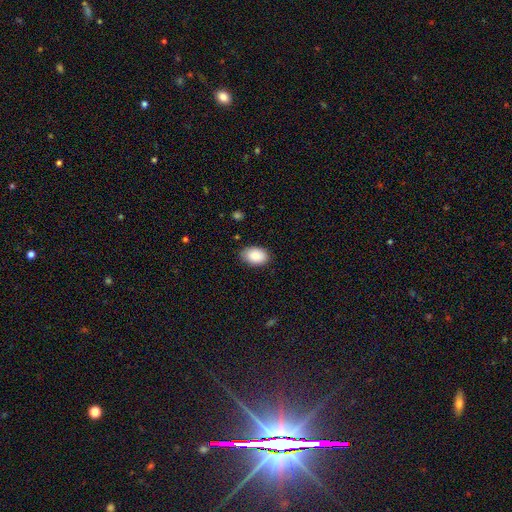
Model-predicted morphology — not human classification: This appears to be a smooth galaxy with no disk features (89%) that is in between round and cigar-shaped (86%). Merging: none (84%).